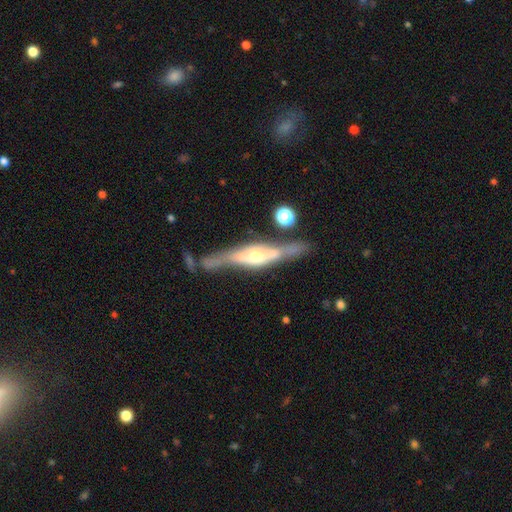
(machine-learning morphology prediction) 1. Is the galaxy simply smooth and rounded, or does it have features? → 79% featured or disk, 15% smooth, 6% star or artifact.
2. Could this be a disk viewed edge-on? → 89% yes, 11% no.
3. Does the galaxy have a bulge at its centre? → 73% rounded, 22% boxy, 5% none.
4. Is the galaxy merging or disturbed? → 67% none, 18% minor disturbance, 8% merger, 7% major disturbance.